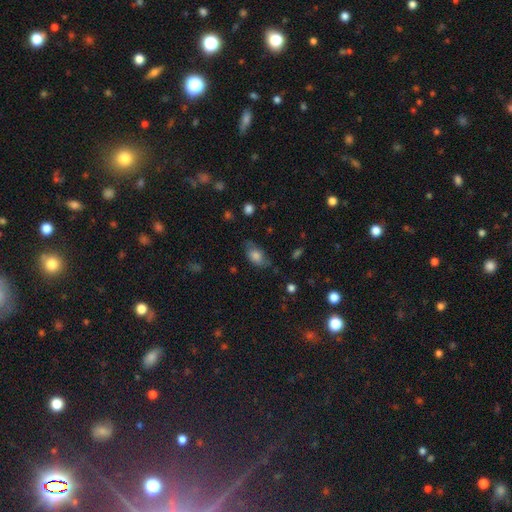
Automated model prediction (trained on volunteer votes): Smooth or featured? smooth (64%)
How rounded? in between (85%)
Merging? none (64%)